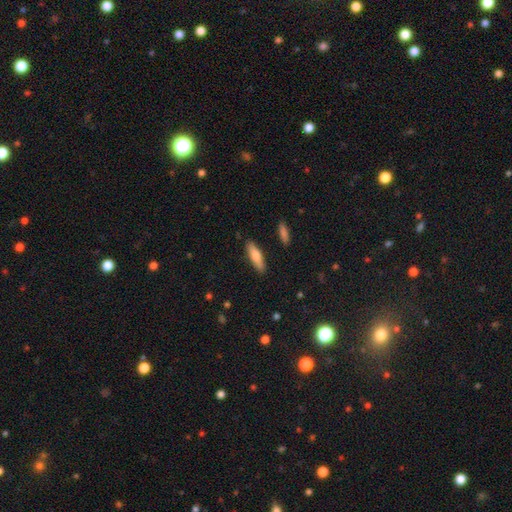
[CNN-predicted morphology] A smooth galaxy with no disk features (73%) that is cigar-shaped (63%).

Vote fractions:
- Smooth or featured? smooth: 73% / featured or disk: 21% / star or artifact: 6%
- How rounded? cigar-shaped: 63% / in between: 35% / round: 2%
- Merging? none: 88% / minor disturbance: 8% / major disturbance: 2% / merger: 2%